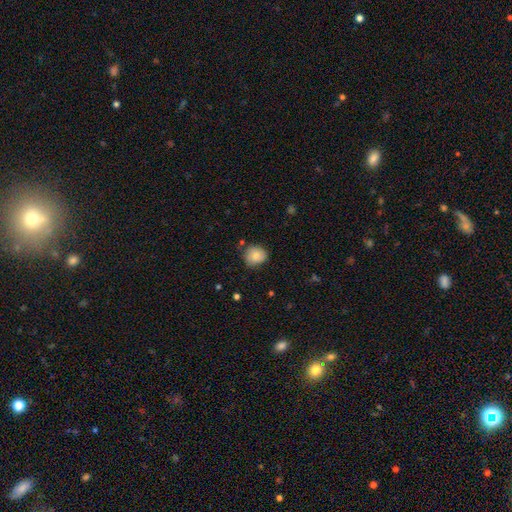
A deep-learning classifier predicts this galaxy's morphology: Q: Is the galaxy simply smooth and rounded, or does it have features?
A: smooth — 83%.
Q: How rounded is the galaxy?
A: round — 82%.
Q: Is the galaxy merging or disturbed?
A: none — 75%.